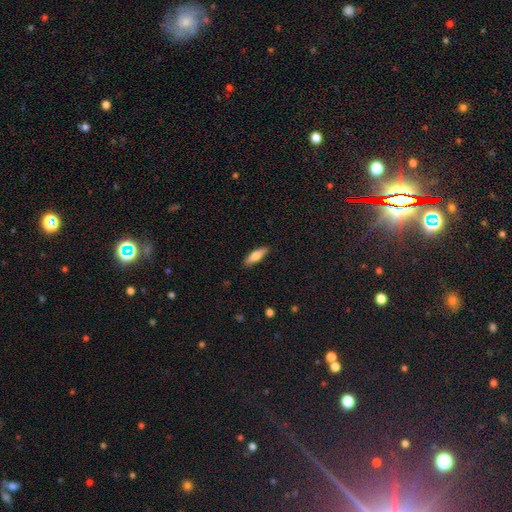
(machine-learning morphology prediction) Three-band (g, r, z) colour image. It shows a smooth galaxy with no disk features (63%) that is cigar-shaped (58%). Merging: none (89%).